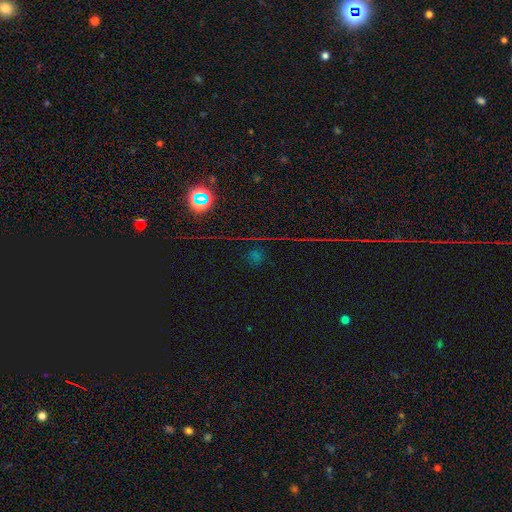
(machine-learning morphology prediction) A star or artifact, not a galaxy (69%).

Vote fractions:
- Smooth or featured? star or artifact: 69% / smooth: 21% / featured or disk: 10%